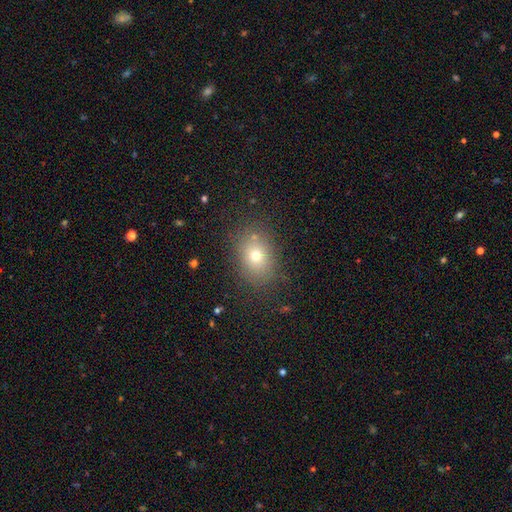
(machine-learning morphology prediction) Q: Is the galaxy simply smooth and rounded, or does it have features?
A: smooth — 69%.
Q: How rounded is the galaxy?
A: in between — 57%.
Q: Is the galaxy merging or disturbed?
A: none — 80%.